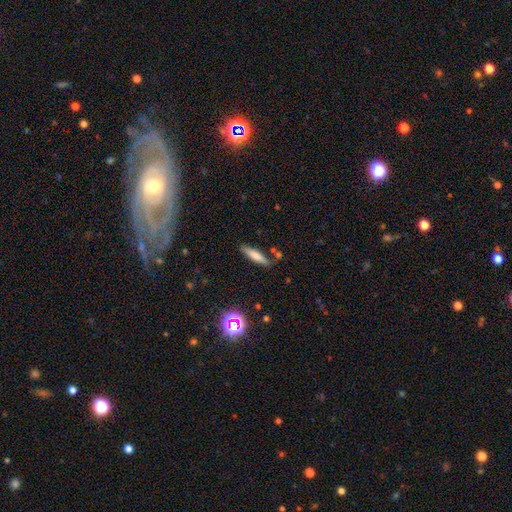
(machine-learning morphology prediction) Smooth or featured: smooth — 68% (featured or disk — 22%)
How rounded: cigar-shaped — 79% (in between — 19%)
Merging: none — 78% (minor disturbance — 13%)